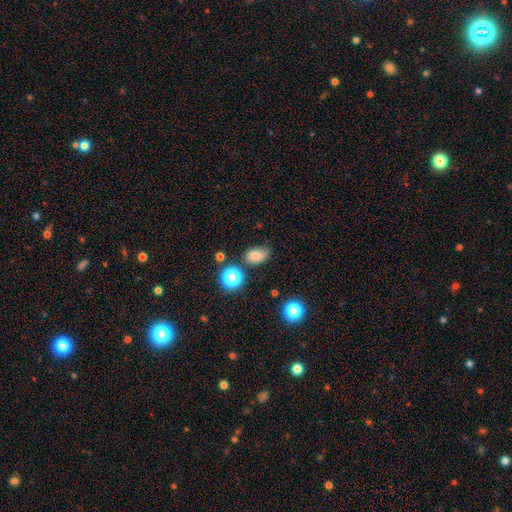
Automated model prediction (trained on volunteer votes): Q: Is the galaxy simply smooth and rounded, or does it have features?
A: smooth — 76%.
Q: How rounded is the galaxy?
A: in between — 81%.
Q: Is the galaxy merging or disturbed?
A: none — 65%.